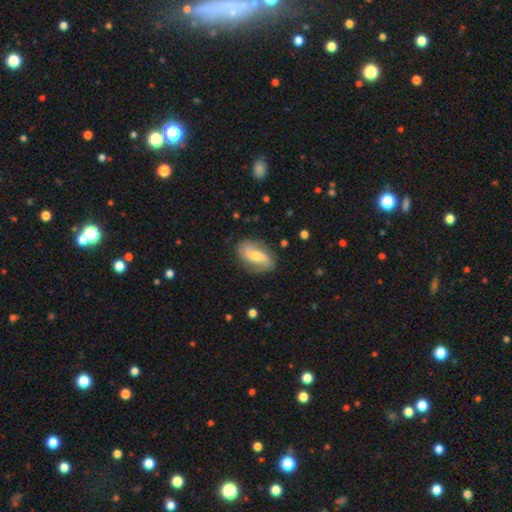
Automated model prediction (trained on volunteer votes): Morphology: type=featured or disk (68%); edge-on=no (95%); bar=weak (42%); spiral arms=yes (91%); winding=loose (50%); arm count=2 (87%); bulge=moderate (46%); merging=none (78%).